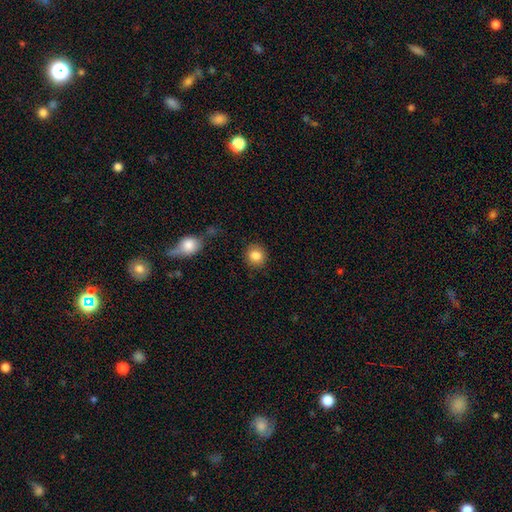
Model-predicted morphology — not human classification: smooth_or_featured: smooth (p=0.85) [alt: star or artifact p=0.09]
how_rounded: round (p=0.85) [alt: in between p=0.14]
merging: none (p=0.87) [alt: minor disturbance p=0.08]